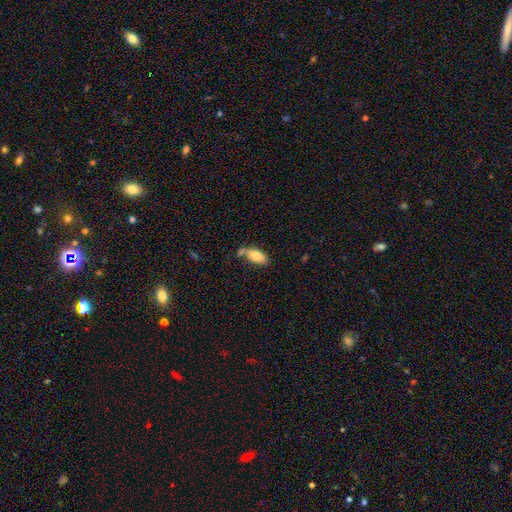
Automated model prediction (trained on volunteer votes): This appears to be a smooth galaxy with no disk features (81%) that is in between round and cigar-shaped (89%). Merging: none (48%).